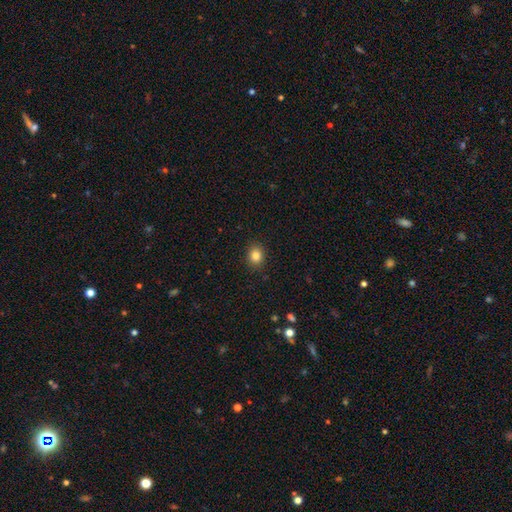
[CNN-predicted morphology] Smooth or featured? smooth (84%)
How rounded? round (64%)
Merging? none (90%)